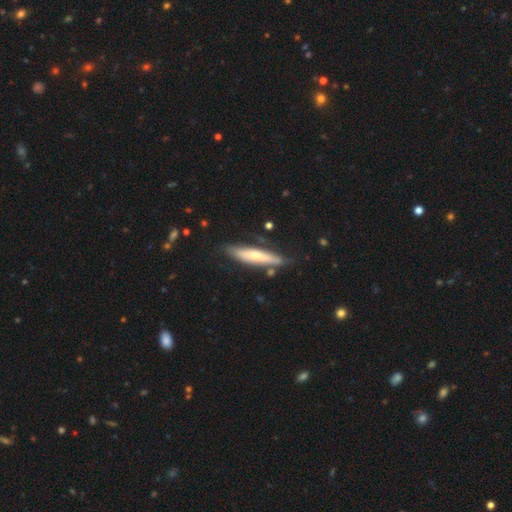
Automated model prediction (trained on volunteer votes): Morphology: type=smooth (56%); roundness=cigar-shaped (83%); merging=none (72%).